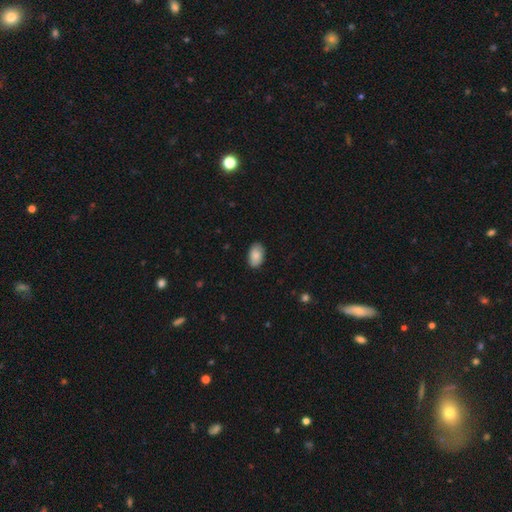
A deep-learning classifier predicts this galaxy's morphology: Smooth or featured? Predicted: smooth (p=0.86). How rounded? Predicted: in between (p=0.92). Merging? Predicted: none (p=0.85).